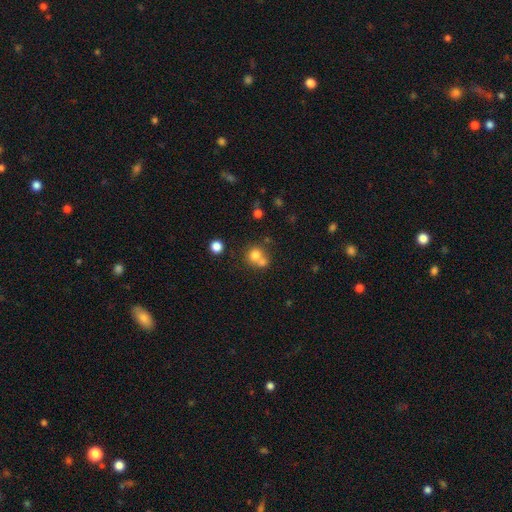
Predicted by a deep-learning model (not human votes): The model was most divided on "merging": merger: 49%, none: 40%, minor disturbance: 7%, major disturbance: 4%. More confident: how rounded — round (84%); smooth or featured — smooth (74%).